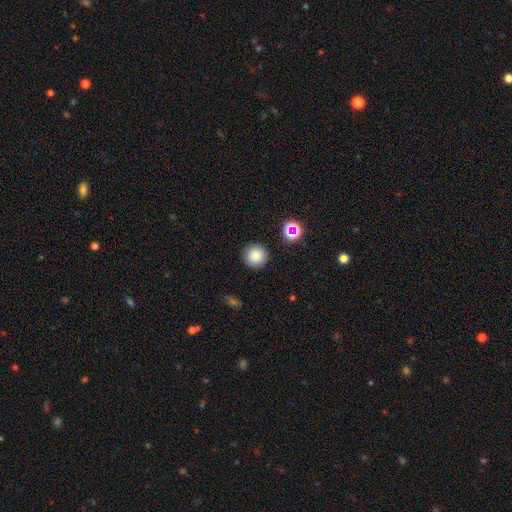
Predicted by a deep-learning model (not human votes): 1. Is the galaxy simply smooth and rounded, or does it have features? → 81% smooth, 12% star or artifact, 7% featured or disk.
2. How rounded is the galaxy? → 96% round, 3% in between, 1% cigar-shaped.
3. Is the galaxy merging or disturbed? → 90% none, 6% minor disturbance, 2% merger, 2% major disturbance.